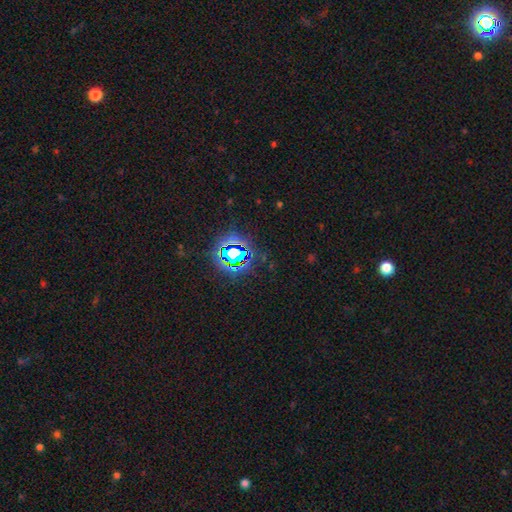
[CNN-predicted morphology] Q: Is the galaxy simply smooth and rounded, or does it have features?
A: star or artifact — 78%.